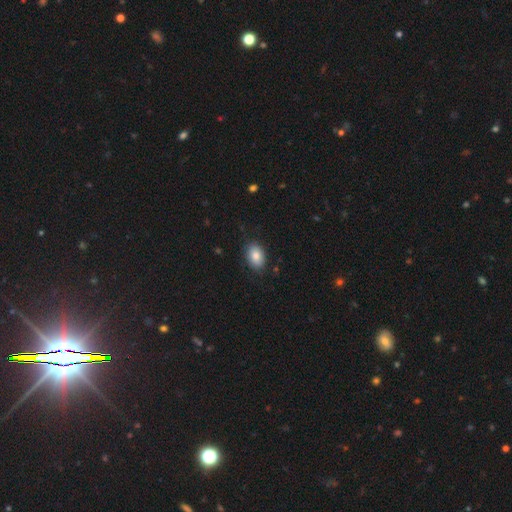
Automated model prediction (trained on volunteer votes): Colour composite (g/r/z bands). It shows a smooth galaxy with no disk features (83%) that is in between round and cigar-shaped (83%). Merging: none (85%).